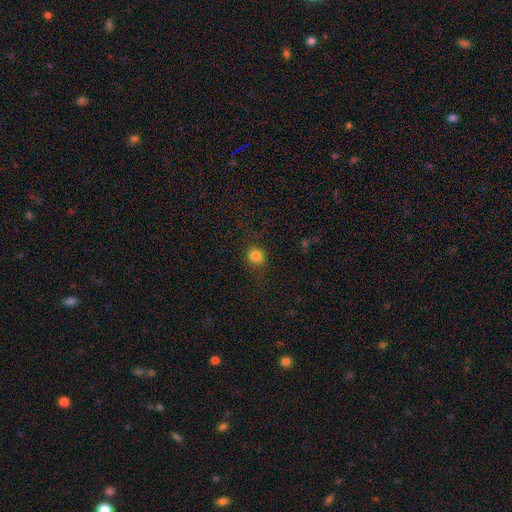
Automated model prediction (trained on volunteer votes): smooth-or-featured: smooth: 82% | star or artifact: 12% | featured or disk: 5%
  how-rounded: round: 83% | in between: 16% | cigar-shaped: 1%
  merging: none: 83% | minor disturbance: 11% | major disturbance: 5% | merger: 1%